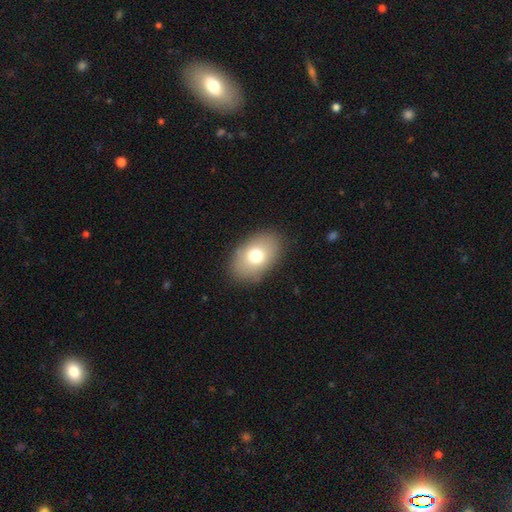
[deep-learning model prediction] Overall: smooth (74%). How rounded: in between (86%). Merging: none (86%).